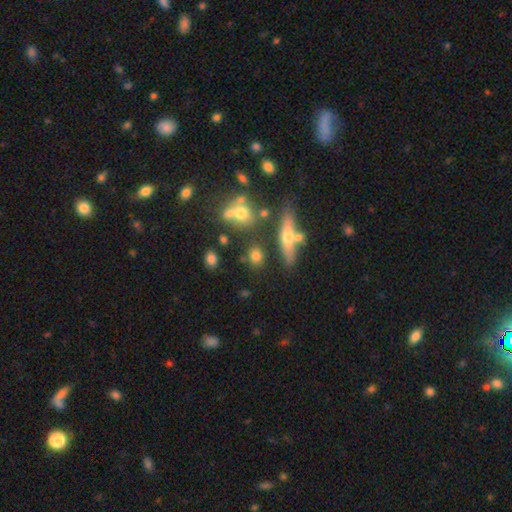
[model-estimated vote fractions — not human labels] This is likely a smooth galaxy (70%). How rounded: possibly round (52%). Merging: likely none (68%).